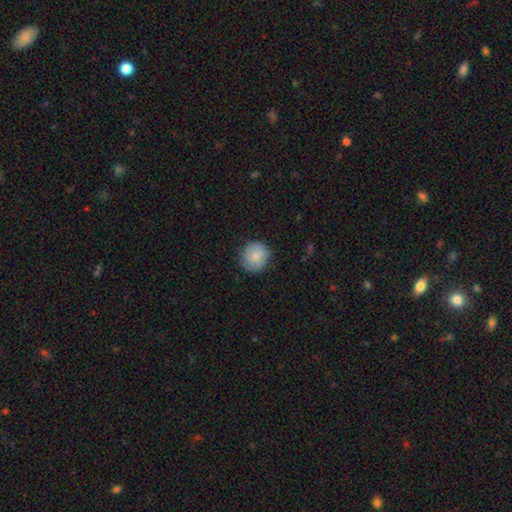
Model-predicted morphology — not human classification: This appears to be a smooth galaxy with no disk features (77%) that is round (90%). Merging: none (80%).